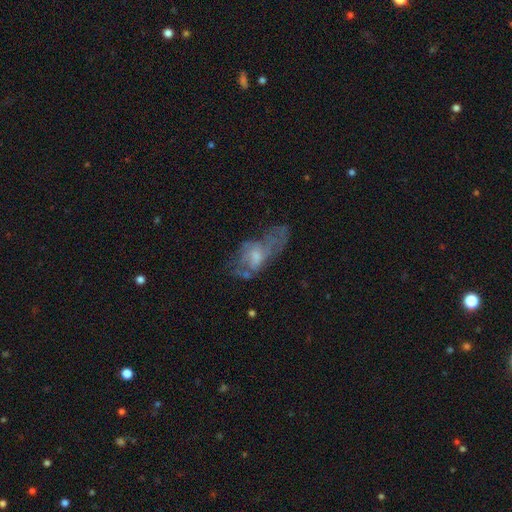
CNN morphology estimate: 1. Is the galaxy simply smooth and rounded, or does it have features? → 54% featured or disk, 31% smooth, 16% star or artifact.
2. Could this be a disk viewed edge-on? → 87% no, 13% yes.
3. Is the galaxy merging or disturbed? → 47% none, 26% major disturbance, 22% minor disturbance, 4% merger.